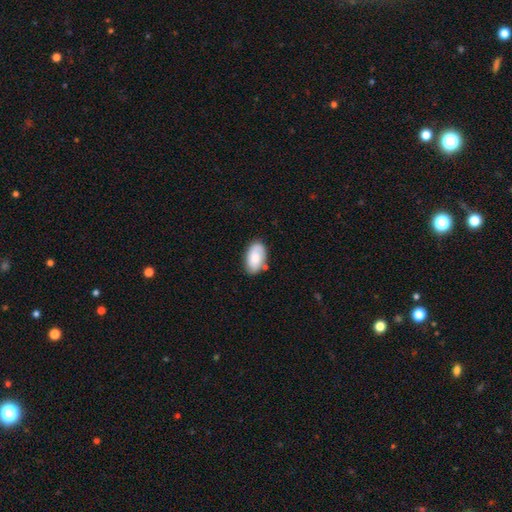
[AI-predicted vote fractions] Morphology: type=smooth (76%); roundness=in between (94%); merging=none (75%).